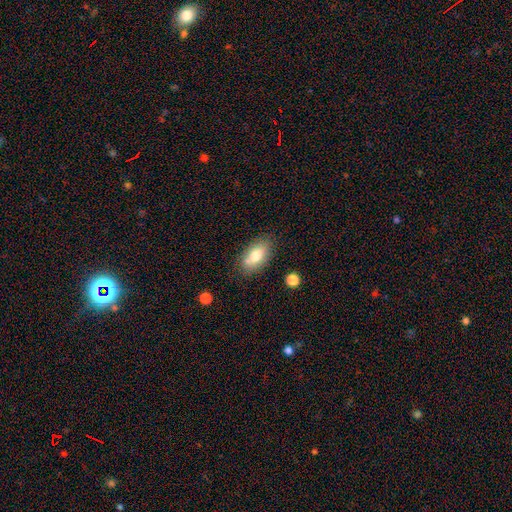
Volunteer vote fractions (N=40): Morphology: type=smooth (88%); roundness=in between (94%); merging=none (72%).